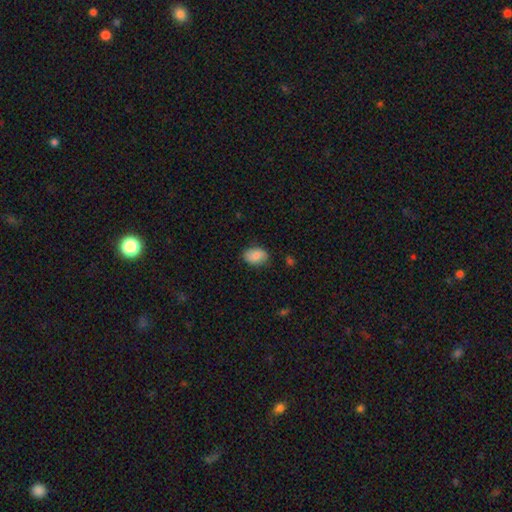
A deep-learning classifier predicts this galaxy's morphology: A smooth galaxy with no disk features (78%) that is in between round and cigar-shaped (80%).

Vote fractions:
- Smooth or featured? smooth: 78% / featured or disk: 14% / star or artifact: 7%
- How rounded? in between: 80% / round: 18% / cigar-shaped: 1%
- Merging? none: 80% / minor disturbance: 16% / major disturbance: 3% / merger: 1%